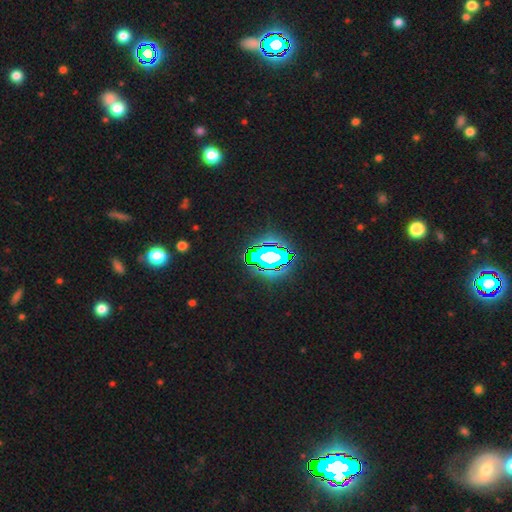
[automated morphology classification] This appears to be a star or artifact, not a galaxy (80%).